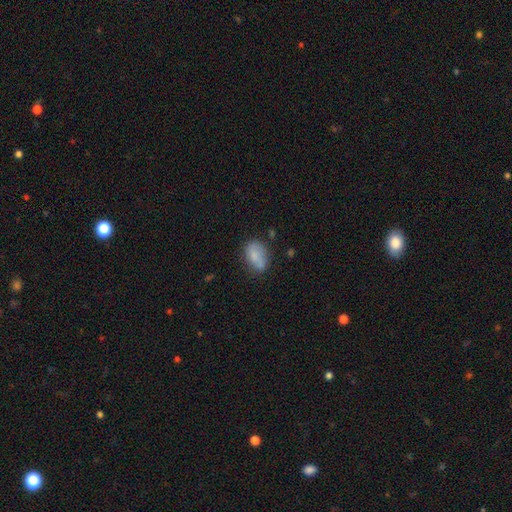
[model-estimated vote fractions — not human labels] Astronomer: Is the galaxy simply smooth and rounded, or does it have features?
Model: smooth — 77%.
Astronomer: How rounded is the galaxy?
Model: in between — 84%.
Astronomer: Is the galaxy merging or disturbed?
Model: none — 54%.